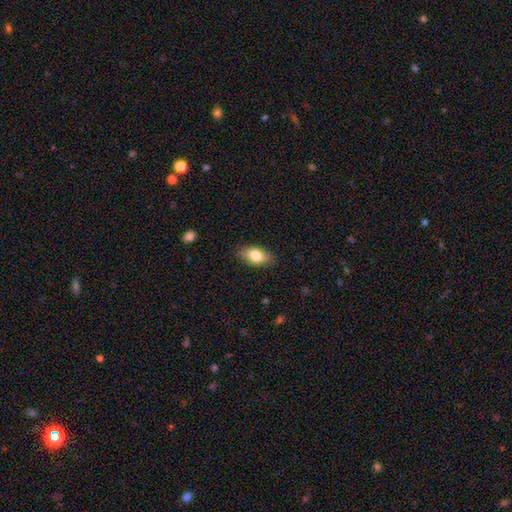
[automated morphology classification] A smooth galaxy with no disk features (81%) that is in between round and cigar-shaped (90%). Merging: none (86%).